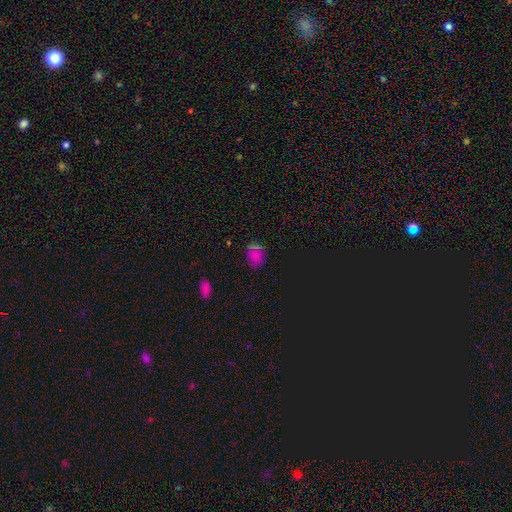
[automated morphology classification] Overall: smooth (61%; star or artifact 31%). How rounded: round (54%; in between 44%). Merging: none (80%).